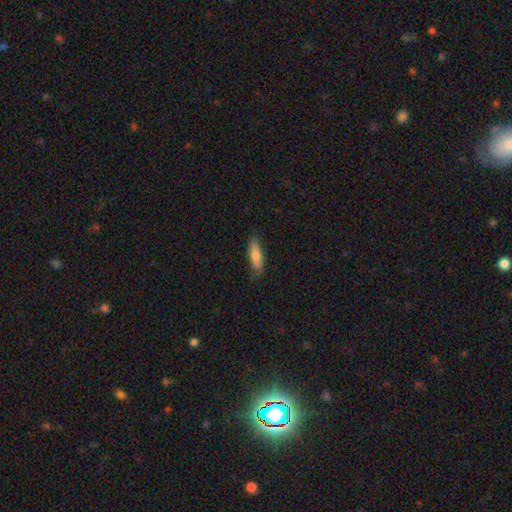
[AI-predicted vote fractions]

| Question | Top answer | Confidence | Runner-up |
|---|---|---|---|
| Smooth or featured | smooth | 76% | featured or disk (18%) |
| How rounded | cigar-shaped | 60% | in between (38%) |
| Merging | none | 80% | minor disturbance (16%) |